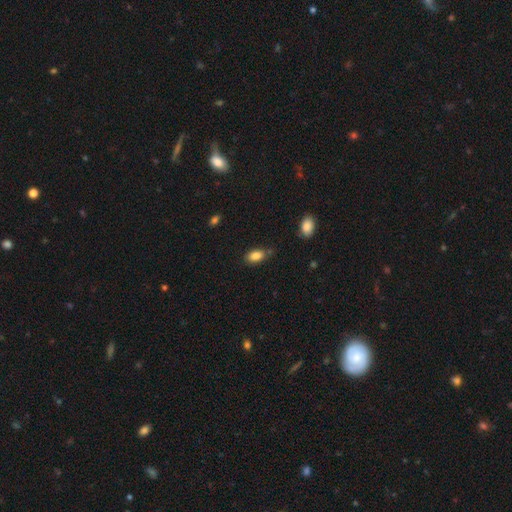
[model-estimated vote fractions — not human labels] A smooth galaxy with no disk features (86%) that is in between round and cigar-shaped (89%). Merging: none (74%).